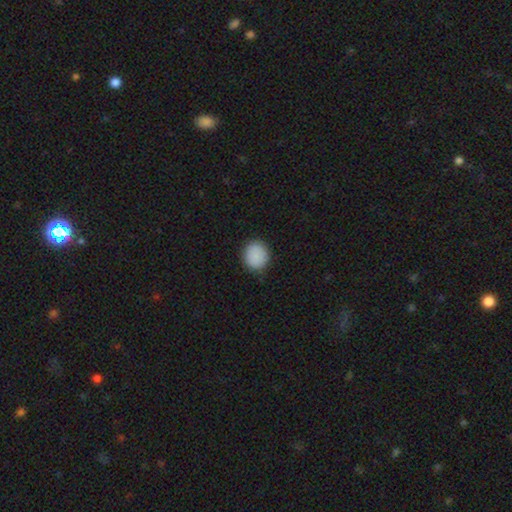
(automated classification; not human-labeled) This is clearly a smooth galaxy (88%). How rounded: clearly round (83%). Merging: clearly none (87%).